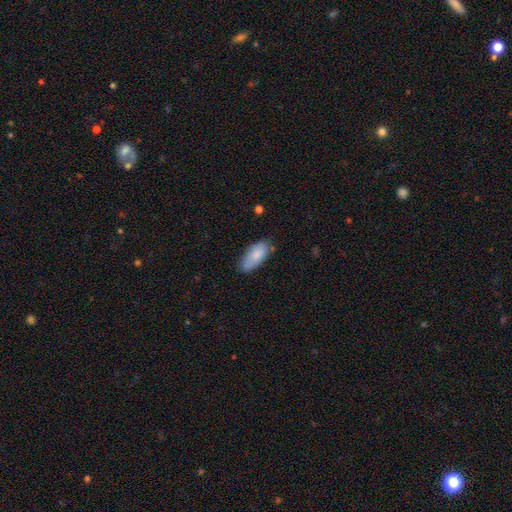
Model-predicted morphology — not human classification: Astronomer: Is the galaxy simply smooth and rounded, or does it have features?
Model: smooth — 83%.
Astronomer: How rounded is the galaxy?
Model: in between — 88%.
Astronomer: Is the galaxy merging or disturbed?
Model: none — 66%.